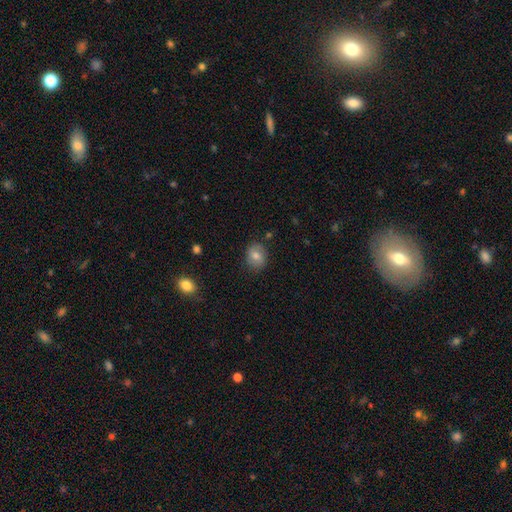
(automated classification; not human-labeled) Morphology: type=smooth (72%); roundness=in between (52%); merging=none (83%).